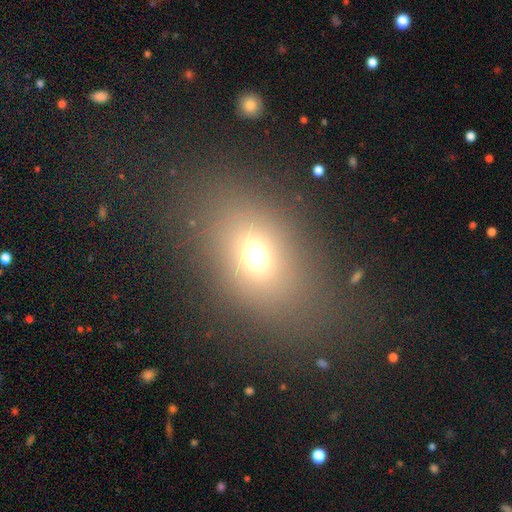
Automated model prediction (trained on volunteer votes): This is likely a smooth galaxy (67%). How rounded: likely in between (62%). Merging: likely none (77%).